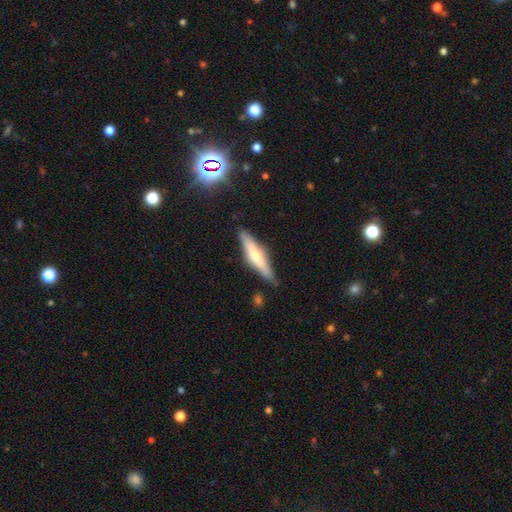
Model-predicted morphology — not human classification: The model was most divided on "smooth or featured": smooth: 50%, featured or disk: 45%, star or artifact: 6%. More confident: merging — none (80%).